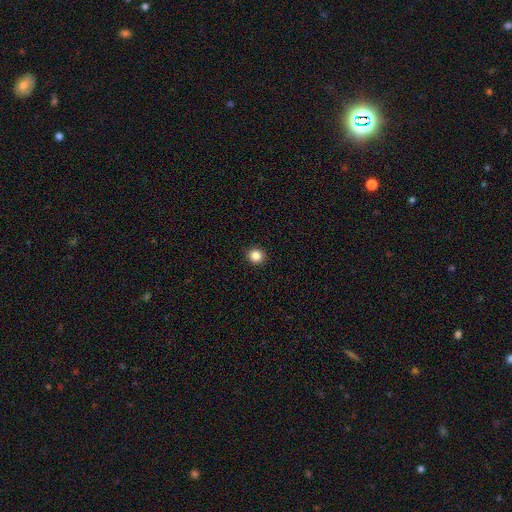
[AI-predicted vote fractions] smooth 85%, star or artifact 11%, featured or disk 4%. Down the decision tree: how rounded — round (93%); merging — none (93%).